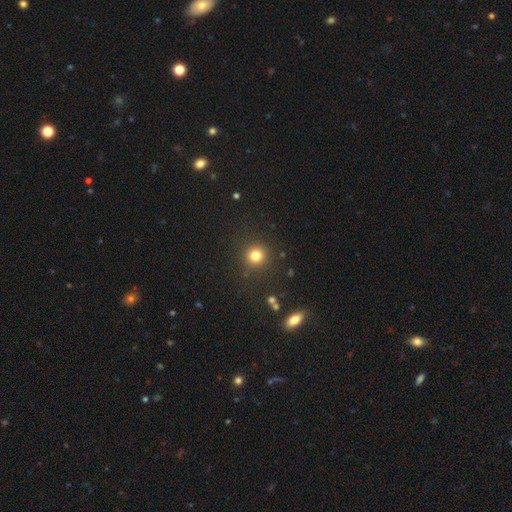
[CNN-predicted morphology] The model was most divided on "smooth or featured": smooth: 81%, star or artifact: 14%, featured or disk: 6%. More confident: how rounded — round (92%); merging — none (88%).